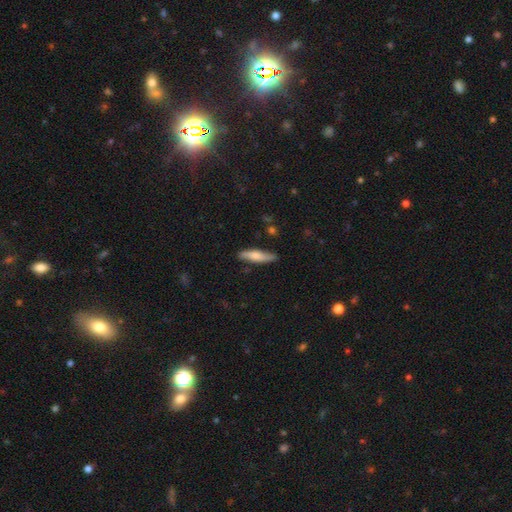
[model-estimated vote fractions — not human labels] smooth-or-featured: smooth: 66% | featured or disk: 29% | star or artifact: 5%
  how-rounded: cigar-shaped: 76% | in between: 22% | round: 2%
  merging: none: 82% | minor disturbance: 14% | major disturbance: 2% | merger: 2%